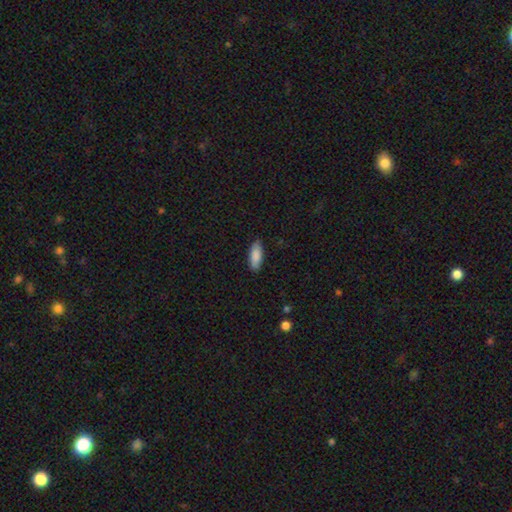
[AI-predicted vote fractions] Smooth or featured? Predicted: smooth (p=0.88). How rounded? Predicted: in between (p=0.76). Merging? Predicted: none (p=0.87).